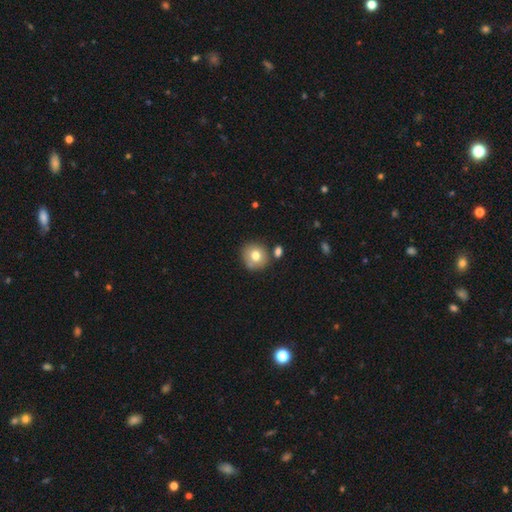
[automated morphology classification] Smooth or featured? Predicted: smooth (p=0.76). How rounded? Predicted: round (p=0.88). Merging? Predicted: none (p=0.74).